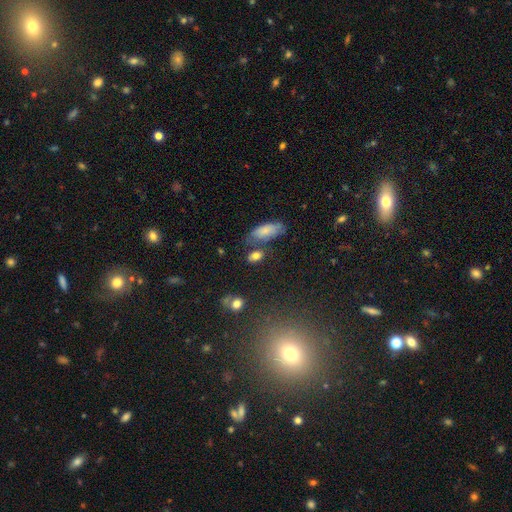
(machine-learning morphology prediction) The model was most divided on "merging": none: 61%, minor disturbance: 17%, merger: 16%, major disturbance: 6%. More confident: smooth or featured — smooth (77%); how rounded — in between (76%).